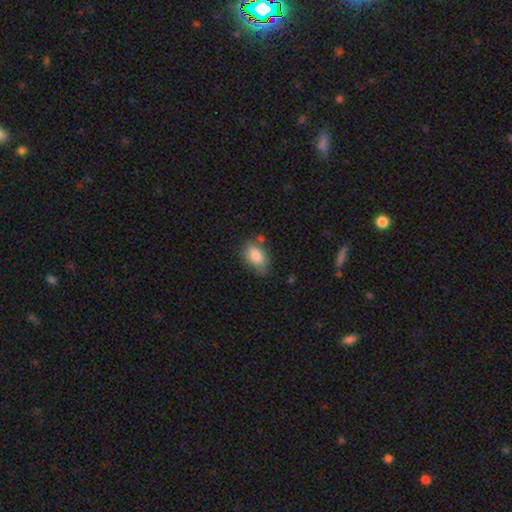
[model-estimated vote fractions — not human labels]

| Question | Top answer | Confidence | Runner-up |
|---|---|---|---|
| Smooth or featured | smooth | 84% | featured or disk (9%) |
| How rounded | in between | 89% | round (10%) |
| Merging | none | 65% | minor disturbance (23%) |